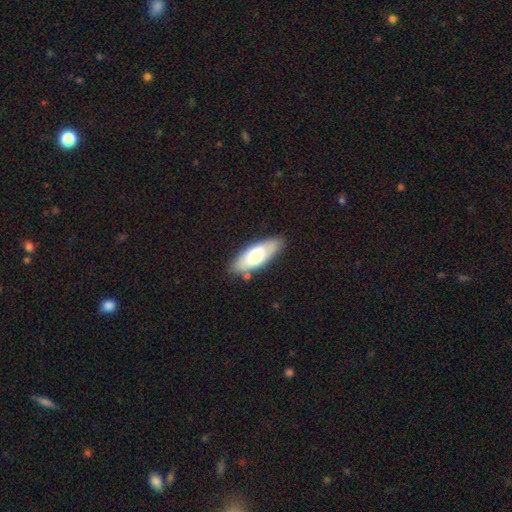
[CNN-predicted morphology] Overall: smooth (72%). How rounded: in between (71%). Merging: none (82%).